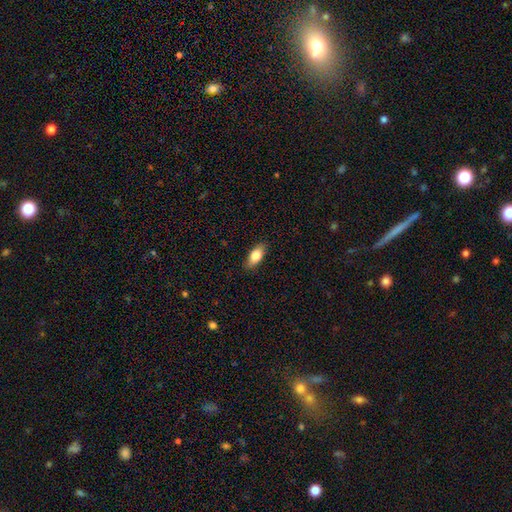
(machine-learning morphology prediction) smooth_or_featured: smooth (p=0.76) [alt: featured or disk p=0.17]
how_rounded: in between (p=0.81) [alt: cigar-shaped p=0.15]
merging: none (p=0.86) [alt: minor disturbance p=0.11]